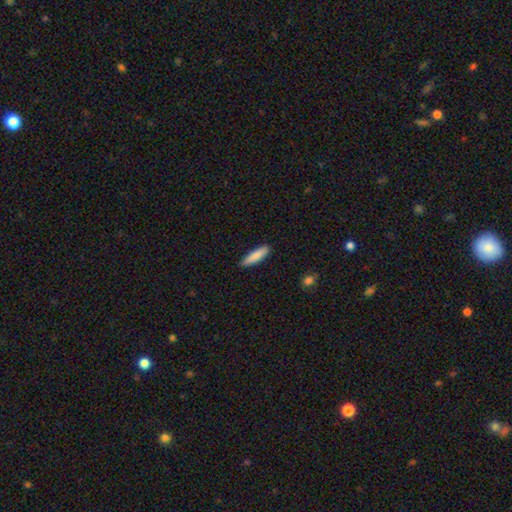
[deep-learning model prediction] A smooth galaxy with no disk features (86%) that is cigar-shaped (75%). Merging: none (89%).